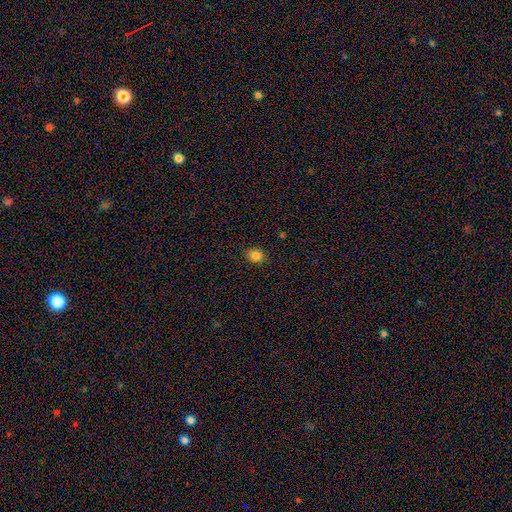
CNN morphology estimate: Smooth or featured? Predicted: smooth (p=0.83). How rounded? Predicted: round (p=0.65). Merging? Predicted: none (p=0.89).